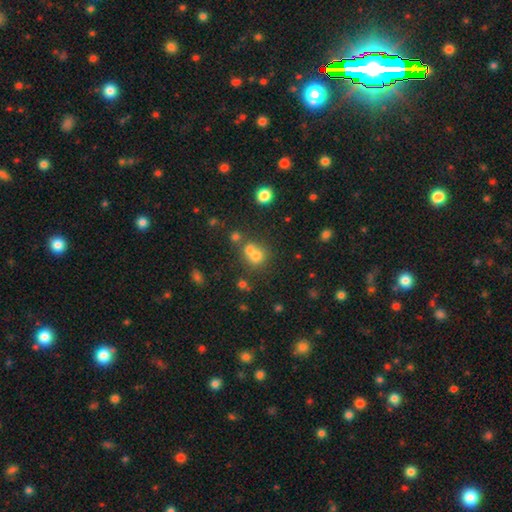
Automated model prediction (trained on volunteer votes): This is likely a smooth galaxy (67%). How rounded: likely round (77%). Merging: possibly merger (52%).